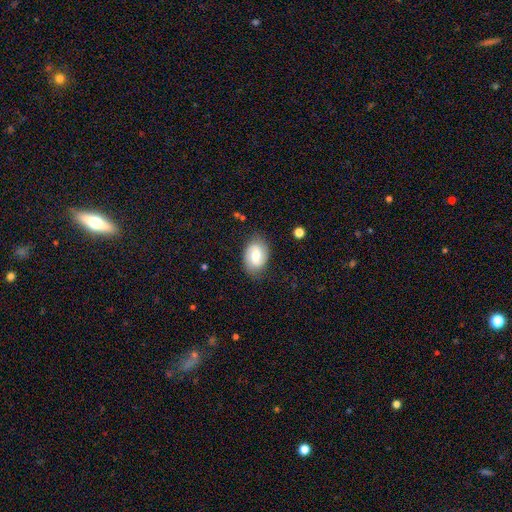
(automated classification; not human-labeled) A featured or disk galaxy (49%).

Vote fractions:
- Smooth or featured? featured or disk: 49% / smooth: 44% / star or artifact: 7%
- Merging? none: 79% / minor disturbance: 15% / major disturbance: 4% / merger: 1%